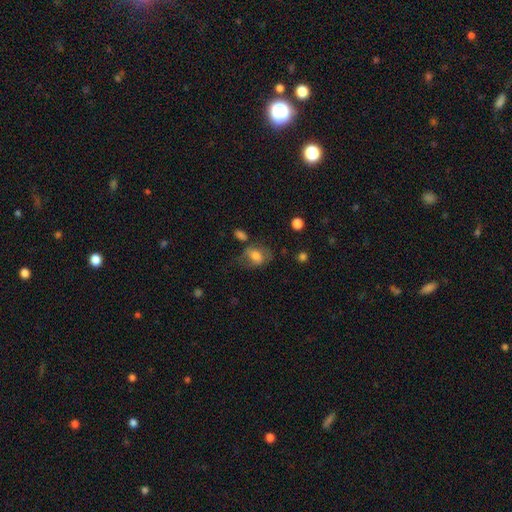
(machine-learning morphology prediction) Overall: smooth (64%; featured or disk 28%). How rounded: in between (72%). Merging: none (44%; minor disturbance 26%).